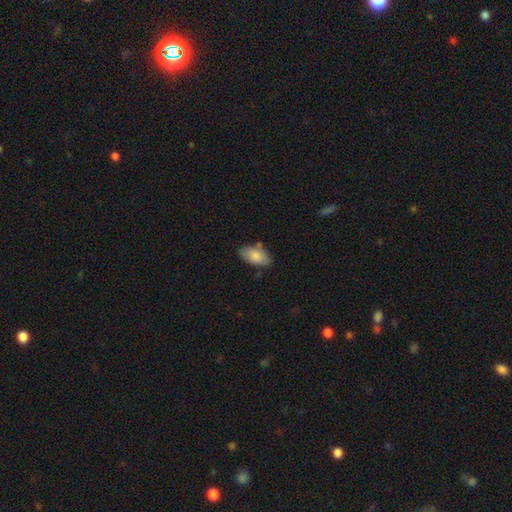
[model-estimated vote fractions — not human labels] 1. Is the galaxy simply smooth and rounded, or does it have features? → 84% smooth, 10% featured or disk, 6% star or artifact.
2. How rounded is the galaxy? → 94% in between, 3% round, 3% cigar-shaped.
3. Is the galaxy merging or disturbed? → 73% none, 19% minor disturbance, 5% merger, 4% major disturbance.